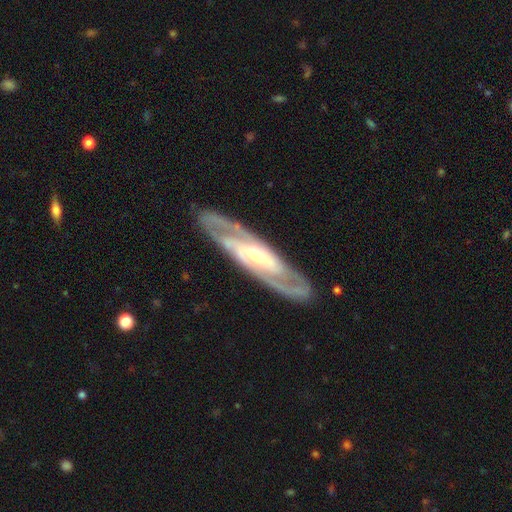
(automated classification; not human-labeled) Smooth or featured? Predicted: featured or disk (p=0.88). Edge-on disk? Predicted: no (p=0.83). Bar? Predicted: no (p=0.39). Spiral arms? Predicted: yes (p=0.95). Spiral winding? Predicted: medium (p=0.45). Spiral arm count? Predicted: 2 (p=0.85). Bulge size? Predicted: moderate (p=0.51). Merging? Predicted: none (p=0.85).